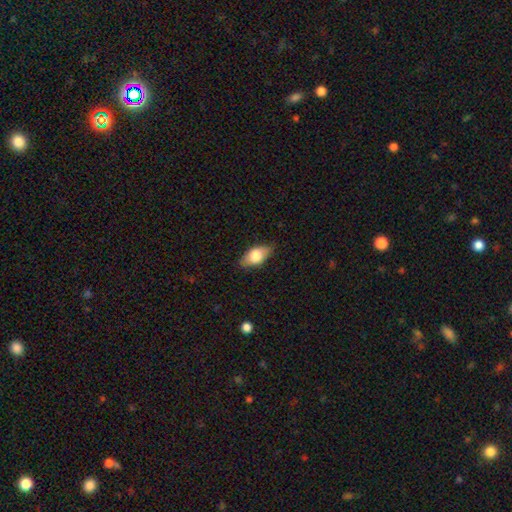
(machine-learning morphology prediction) type=smooth (71%); roundness=in between (88%); merging=none (80%).